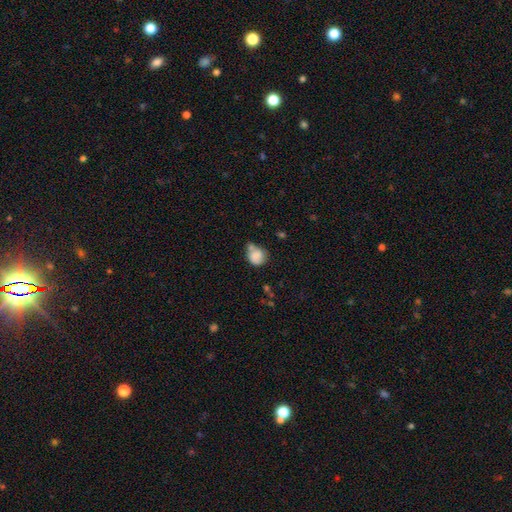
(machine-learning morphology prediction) type=smooth (77%); roundness=round (71%); merging=none (39%).